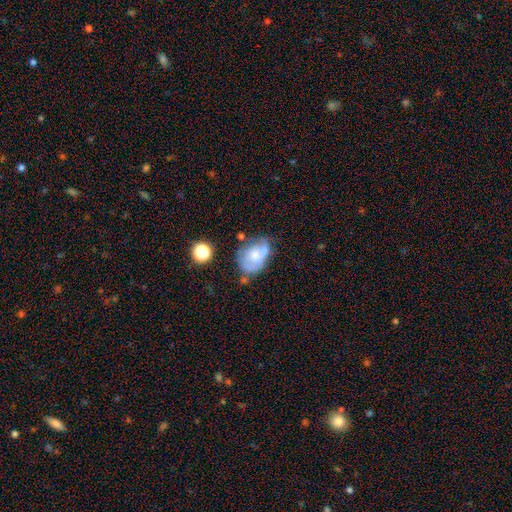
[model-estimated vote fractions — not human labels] Smooth or featured? featured or disk (51%)
Edge-on disk? no (97%)
Merging? none (39%)